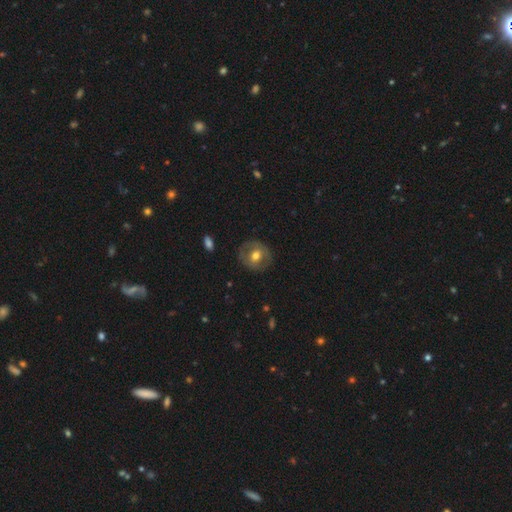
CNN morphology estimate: This appears to be a smooth galaxy with no disk features (51%) that is round (82%). Merging: none (83%).